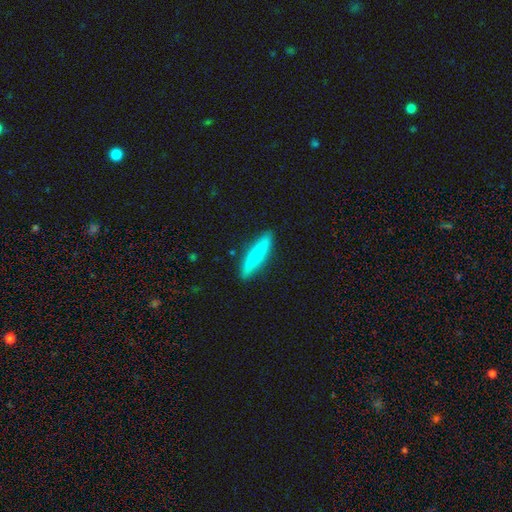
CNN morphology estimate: smooth 62%, featured or disk 32%, star or artifact 6%. Down the decision tree: how rounded — cigar-shaped (87%); merging — none (87%).